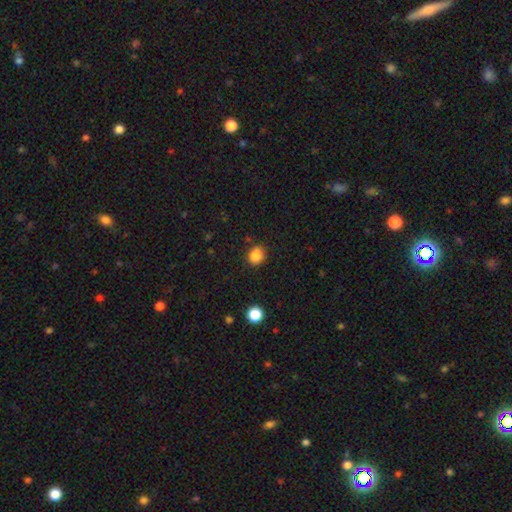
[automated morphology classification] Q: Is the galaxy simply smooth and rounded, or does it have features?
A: smooth — 85%.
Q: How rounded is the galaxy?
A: round — 69%.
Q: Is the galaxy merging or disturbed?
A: none — 75%.